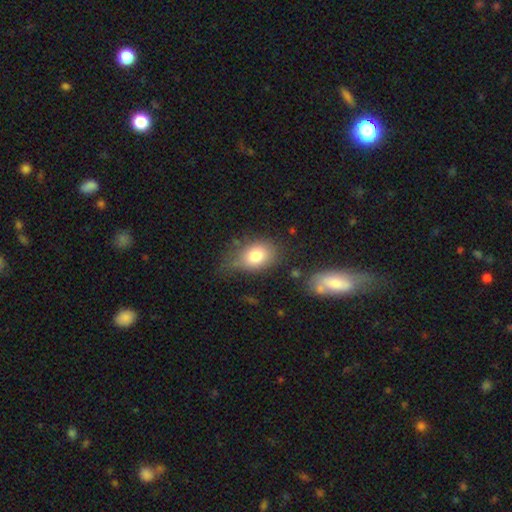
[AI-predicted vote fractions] The model was most divided on "merging": none: 54%, minor disturbance: 30%, major disturbance: 12%, merger: 4%. More confident: smooth or featured — smooth (79%); how rounded — in between (73%).